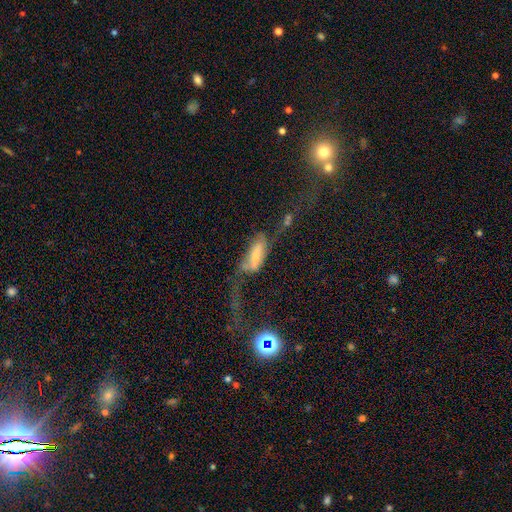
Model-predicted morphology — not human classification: Smooth or featured? Predicted: smooth (p=0.53). How rounded? Predicted: in between (p=0.68). Merging? Predicted: major disturbance (p=0.50).